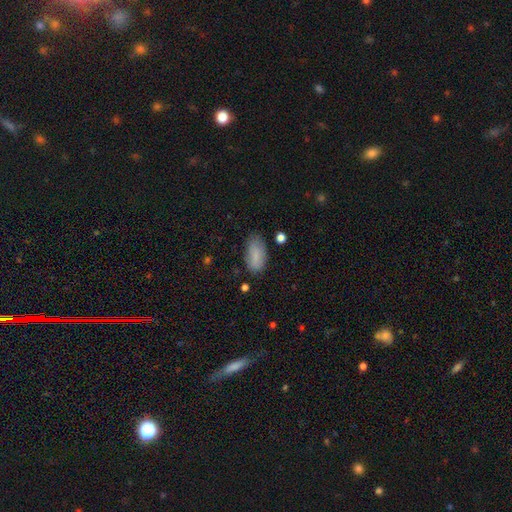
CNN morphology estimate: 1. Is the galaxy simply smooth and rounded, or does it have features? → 84% smooth, 9% featured or disk, 7% star or artifact.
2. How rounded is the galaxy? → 91% in between, 6% cigar-shaped, 3% round.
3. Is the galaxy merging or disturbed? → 72% none, 21% minor disturbance, 5% major disturbance, 2% merger.